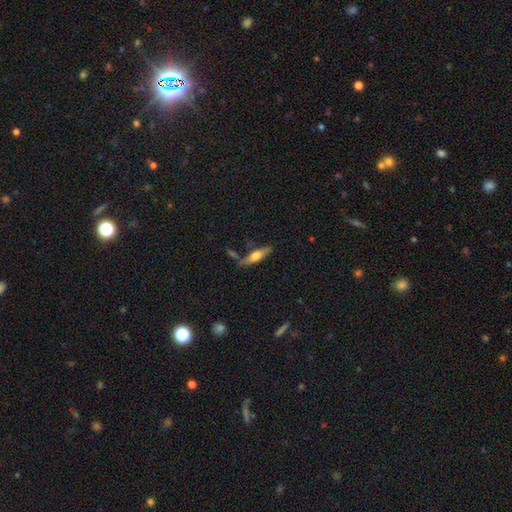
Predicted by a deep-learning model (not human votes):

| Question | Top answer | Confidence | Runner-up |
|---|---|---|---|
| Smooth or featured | featured or disk | 50% | smooth (44%) |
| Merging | none | 72% | minor disturbance (14%) |